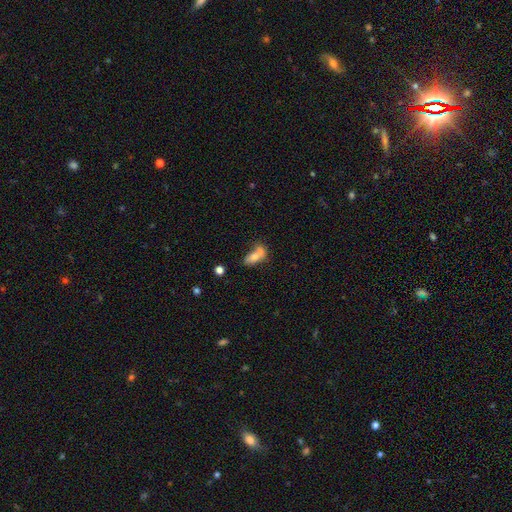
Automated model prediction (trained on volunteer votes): smooth-or-featured: smooth: 70% | featured or disk: 20% | star or artifact: 10%
  how-rounded: in between: 80% | round: 10% | cigar-shaped: 10%
  merging: merger: 53% | none: 26% | minor disturbance: 12% | major disturbance: 9%